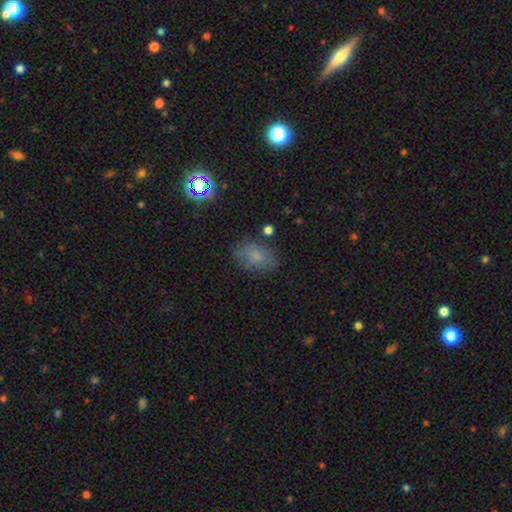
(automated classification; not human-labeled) smooth_or_featured: smooth (p=0.71) [alt: star or artifact p=0.15]
how_rounded: in between (p=0.77) [alt: round p=0.21]
merging: none (p=0.72) [alt: minor disturbance p=0.19]